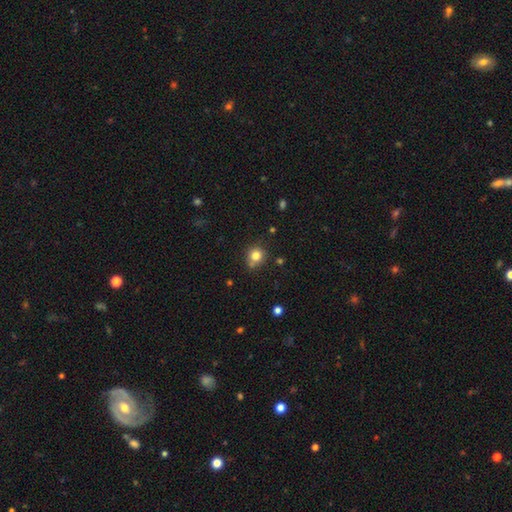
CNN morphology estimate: Smooth or featured? smooth (80%)
How rounded? round (83%)
Merging? none (69%)